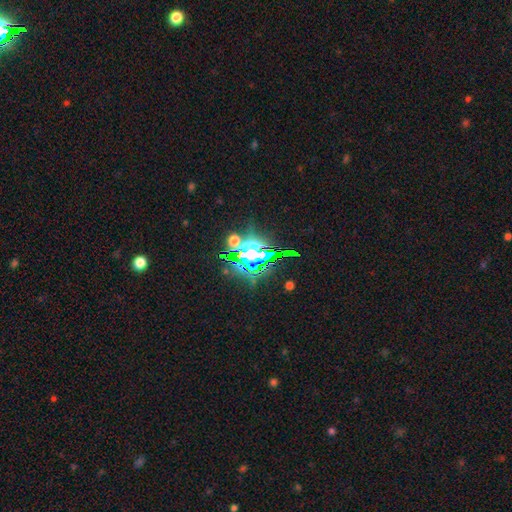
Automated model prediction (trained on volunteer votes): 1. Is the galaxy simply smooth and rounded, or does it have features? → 68% star or artifact, 18% smooth, 14% featured or disk.